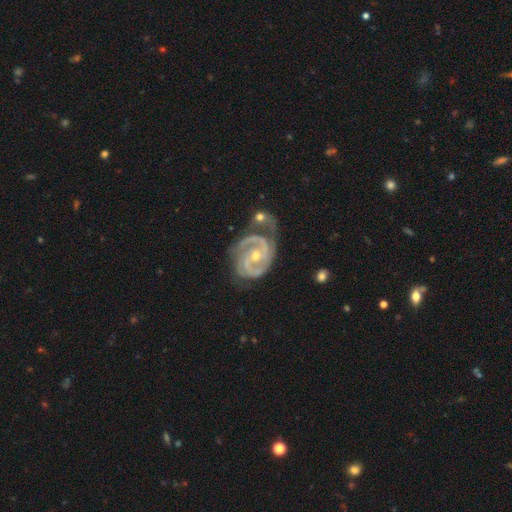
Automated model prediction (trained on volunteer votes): Overall: featured or disk (92%). Edge-on disk: no (98%). Bar: no (46%; weak 36%). Spiral arms: yes (98%). Spiral arm count: 2 (75%). Spiral winding: tight (54%; medium 40%). Bulge size: small (51%; moderate 47%). Merging: none (48%; minor disturbance 24%).